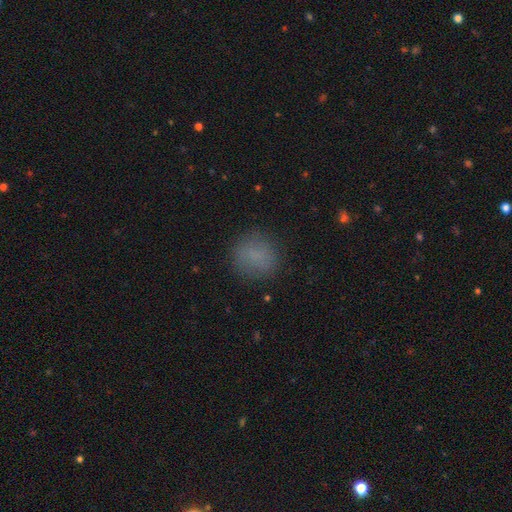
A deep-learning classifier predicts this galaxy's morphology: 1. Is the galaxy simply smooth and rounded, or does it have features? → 78% smooth, 12% star or artifact, 9% featured or disk.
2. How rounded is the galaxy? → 83% round, 16% in between, 1% cigar-shaped.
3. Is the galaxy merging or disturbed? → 83% none, 12% minor disturbance, 5% major disturbance, 1% merger.